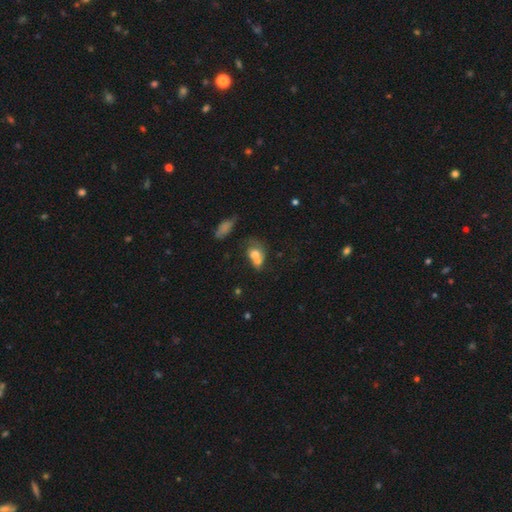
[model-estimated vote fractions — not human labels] Smooth or featured? smooth (67%)
How rounded? in between (60%)
Merging? merger (51%)